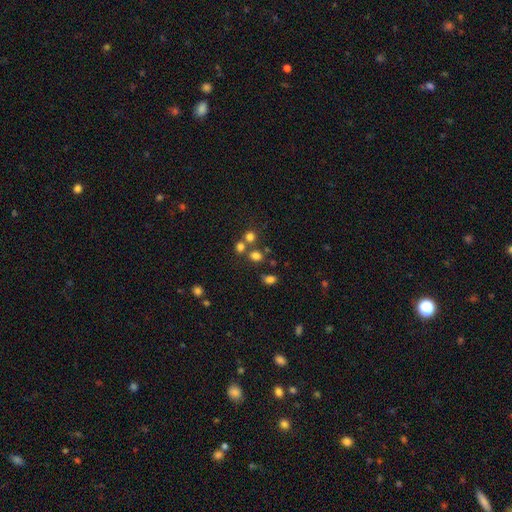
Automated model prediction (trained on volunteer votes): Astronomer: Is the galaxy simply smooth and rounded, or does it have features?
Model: smooth — 72%.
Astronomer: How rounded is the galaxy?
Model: round — 66%.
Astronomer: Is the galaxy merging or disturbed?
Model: none — 60%.